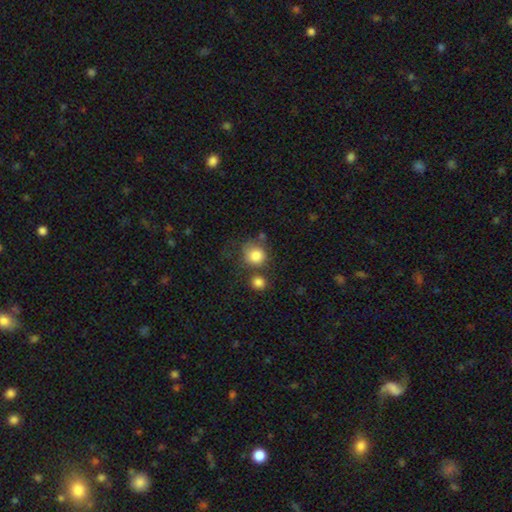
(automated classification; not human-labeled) Smooth or featured: smooth — 83% (star or artifact — 9%)
How rounded: round — 86% (in between — 14%)
Merging: none — 54% (merger — 21%)